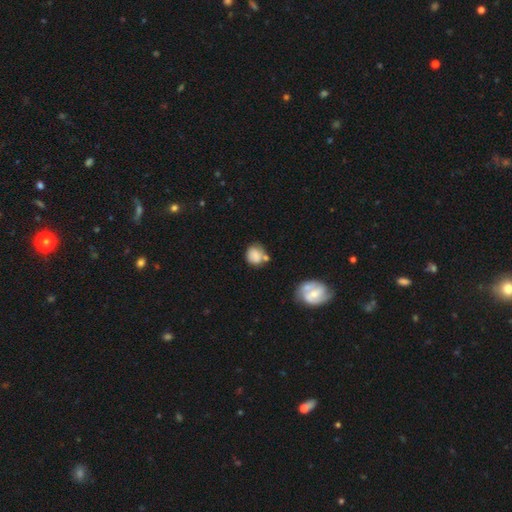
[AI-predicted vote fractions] Smooth or featured: smooth — 78% (featured or disk — 14%)
How rounded: round — 71% (in between — 28%)
Merging: none — 50% (minor disturbance — 24%)